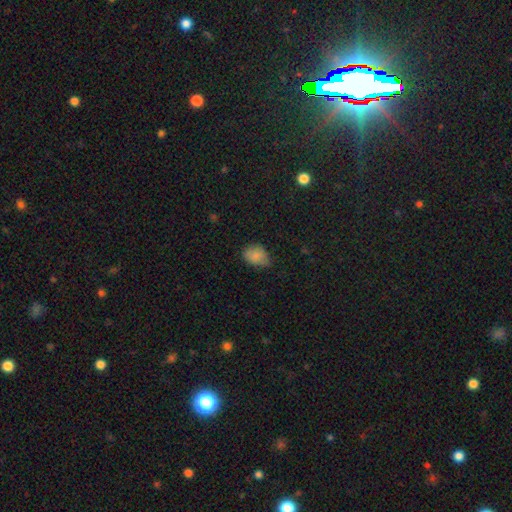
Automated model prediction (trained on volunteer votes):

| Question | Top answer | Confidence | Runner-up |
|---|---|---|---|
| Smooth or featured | smooth | 83% | star or artifact (9%) |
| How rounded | in between | 72% | round (26%) |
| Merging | none | 53% | minor disturbance (37%) |